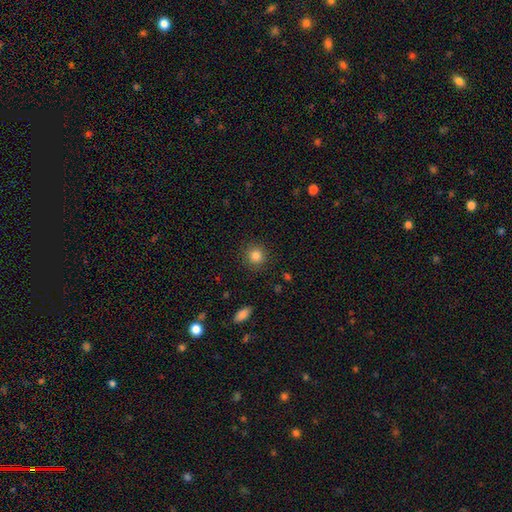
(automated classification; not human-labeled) Smooth or featured?
  - smooth: 84% *
  - star or artifact: 11%
  - featured or disk: 5%
How rounded?
  - round: 91% *
  - in between: 8%
  - cigar-shaped: 1%
Merging?
  - none: 89% *
  - minor disturbance: 8%
  - major disturbance: 3%
  - merger: 1%